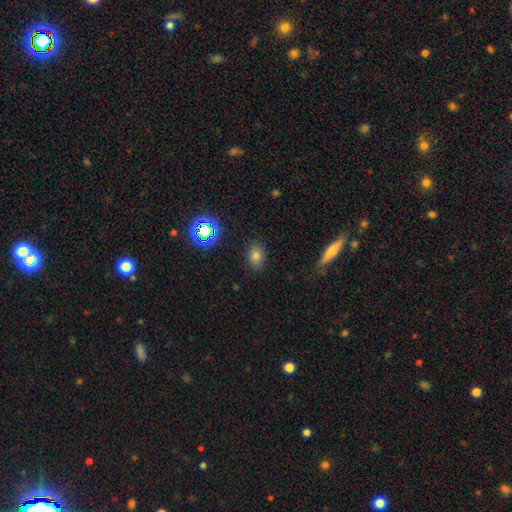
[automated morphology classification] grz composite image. It shows a smooth galaxy with no disk features (75%) that is in between round and cigar-shaped (63%). Merging: none (85%).